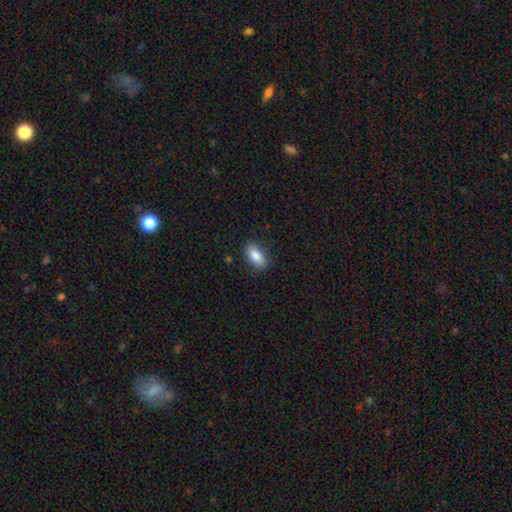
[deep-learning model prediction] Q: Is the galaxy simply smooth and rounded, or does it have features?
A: smooth — 85%.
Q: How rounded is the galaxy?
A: in between — 89%.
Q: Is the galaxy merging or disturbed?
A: none — 86%.